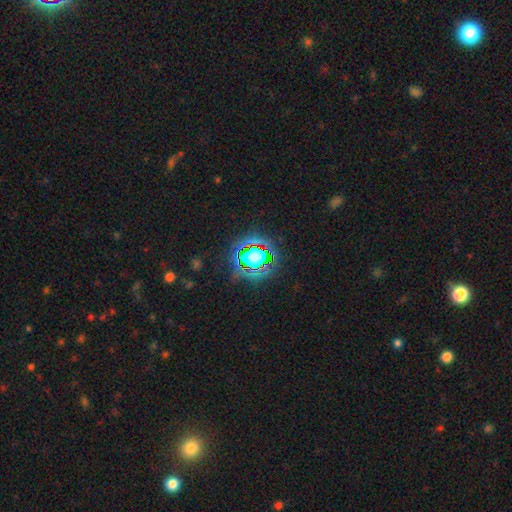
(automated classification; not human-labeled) This appears to be a star or artifact, not a galaxy (81%).